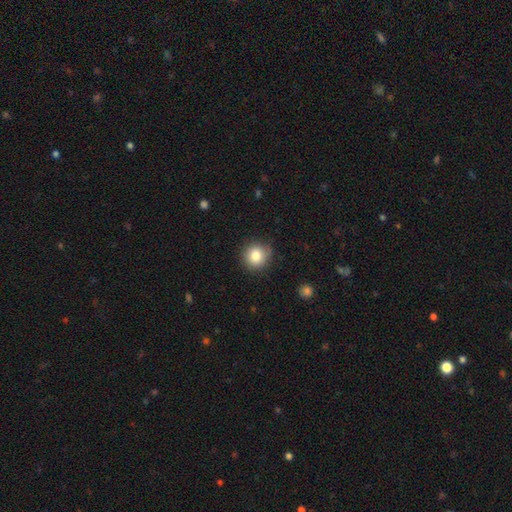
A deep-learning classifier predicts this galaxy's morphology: Overall: smooth (83%). How rounded: round (91%). Merging: none (85%).